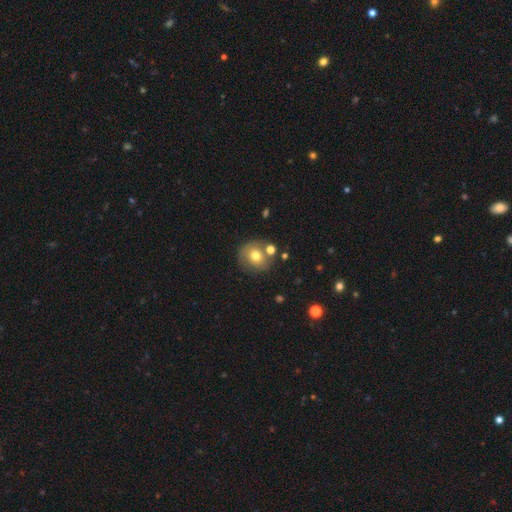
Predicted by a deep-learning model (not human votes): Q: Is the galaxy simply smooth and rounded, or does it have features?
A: smooth — 69%.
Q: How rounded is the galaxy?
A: round — 84%.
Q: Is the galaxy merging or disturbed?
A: none — 69%.